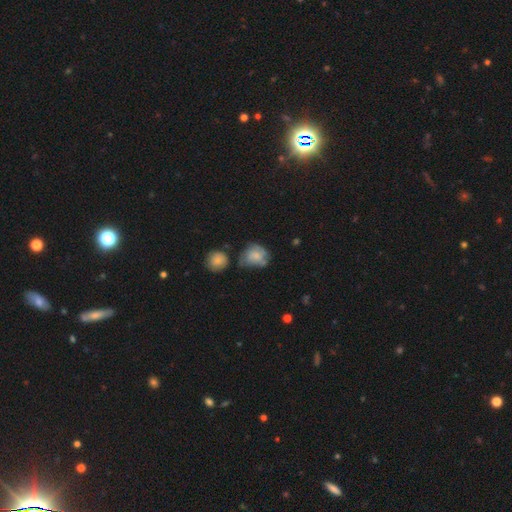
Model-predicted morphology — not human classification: smooth_or_featured: smooth (p=0.55) [alt: featured or disk p=0.36]
how_rounded: round (p=0.59) [alt: in between p=0.40]
merging: none (p=0.41) [alt: minor disturbance p=0.29]